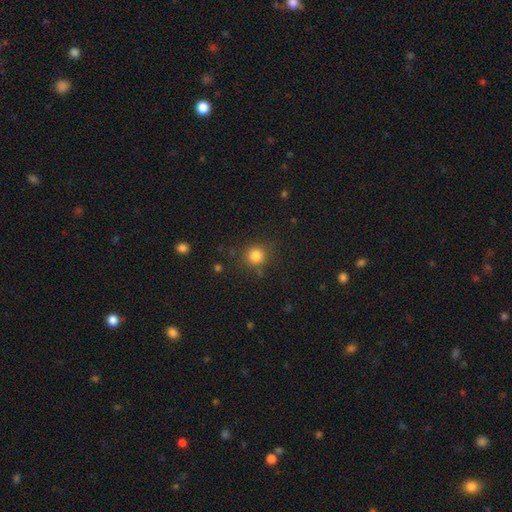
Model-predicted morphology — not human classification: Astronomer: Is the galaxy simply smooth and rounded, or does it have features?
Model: smooth — 82%.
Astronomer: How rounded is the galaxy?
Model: round — 92%.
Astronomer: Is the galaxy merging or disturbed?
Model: none — 83%.